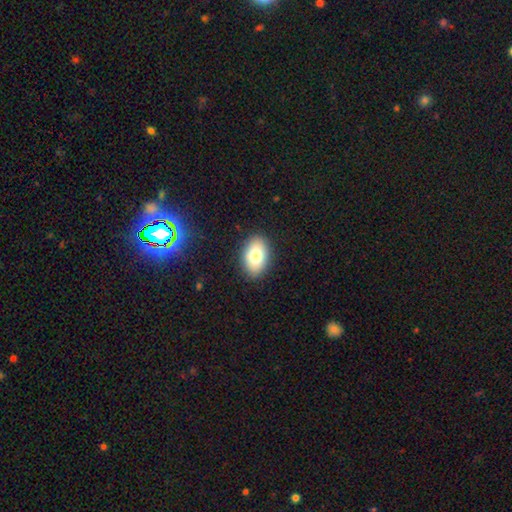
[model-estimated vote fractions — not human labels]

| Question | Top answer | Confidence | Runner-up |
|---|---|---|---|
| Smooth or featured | smooth | 78% | featured or disk (14%) |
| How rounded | in between | 88% | round (11%) |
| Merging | none | 88% | minor disturbance (9%) |